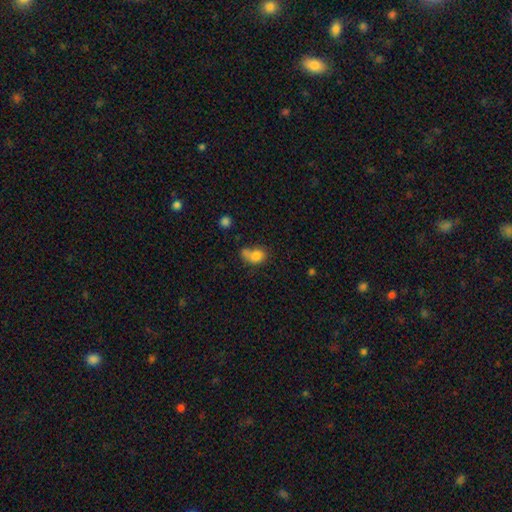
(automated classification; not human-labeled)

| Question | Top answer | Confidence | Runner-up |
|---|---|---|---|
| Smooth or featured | smooth | 79% | star or artifact (11%) |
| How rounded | in between | 54% | round (44%) |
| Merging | none | 35% | merger (31%) |